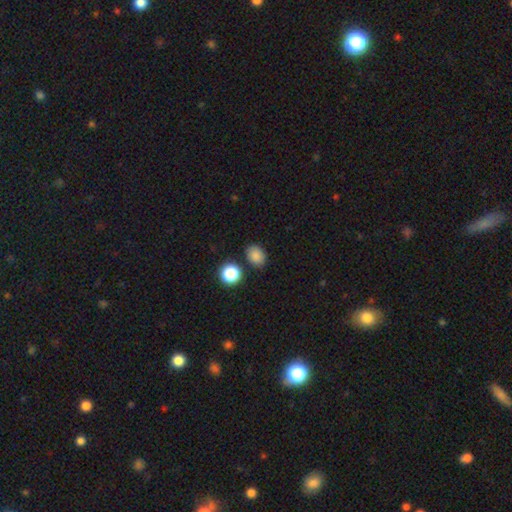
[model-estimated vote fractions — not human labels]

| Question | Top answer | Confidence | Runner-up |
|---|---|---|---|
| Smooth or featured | smooth | 85% | star or artifact (11%) |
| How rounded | in between | 63% | round (36%) |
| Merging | none | 81% | minor disturbance (11%) |